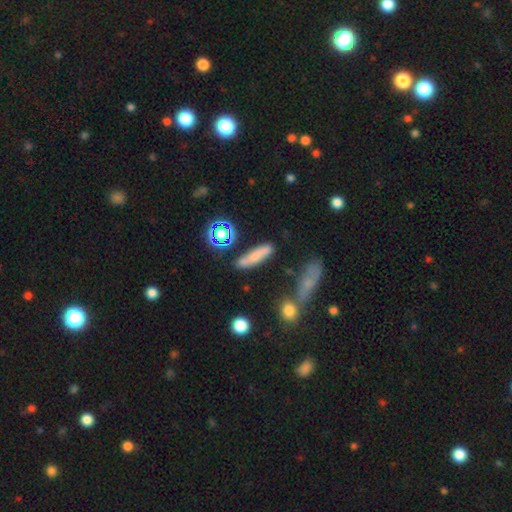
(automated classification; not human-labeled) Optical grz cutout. It shows a smooth galaxy with no disk features (62%) that is cigar-shaped (70%). Merging: none (73%).